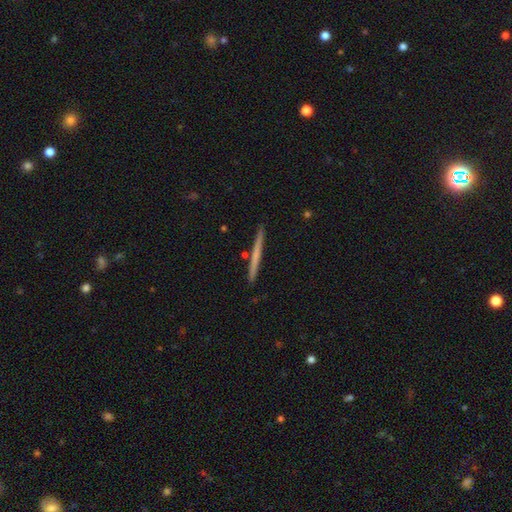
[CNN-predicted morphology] smooth_or_featured: smooth (p=0.49) [alt: featured or disk p=0.45]
merging: none (p=0.91) [alt: minor disturbance p=0.06]